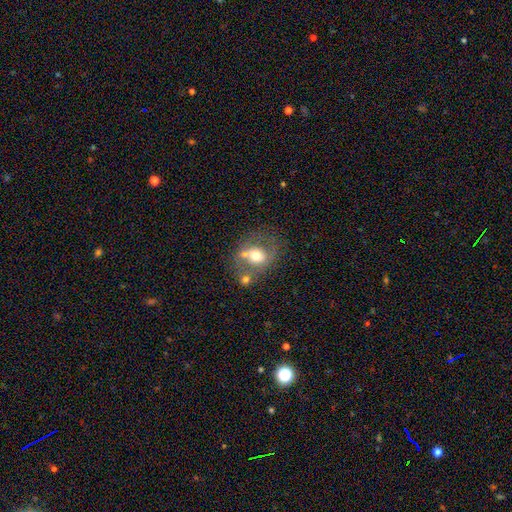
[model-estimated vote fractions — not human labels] A featured or disk galaxy (46%).

Vote fractions:
- Smooth or featured? featured or disk: 46% / smooth: 44% / star or artifact: 10%
- Merging? none: 48% / merger: 24% / minor disturbance: 18% / major disturbance: 10%